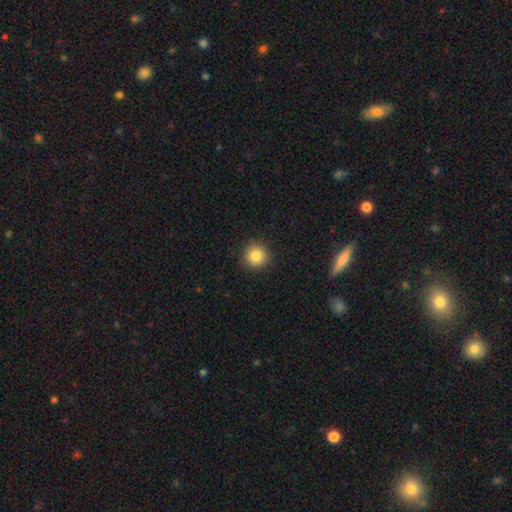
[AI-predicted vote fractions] A smooth galaxy with no disk features (85%) that is round (94%). Merging: none (91%).